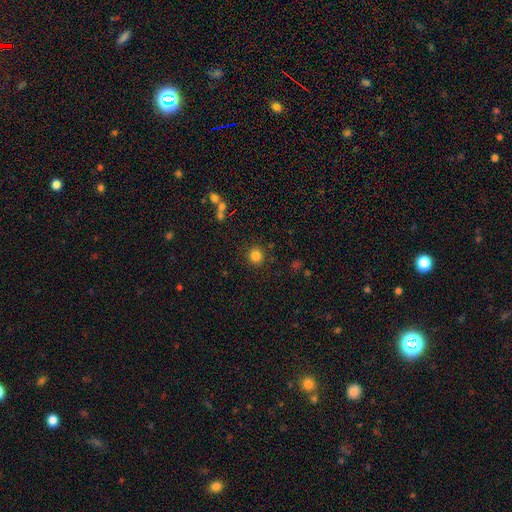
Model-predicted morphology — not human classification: This appears to be a smooth galaxy with no disk features (83%) that is round (93%). Merging: none (88%).